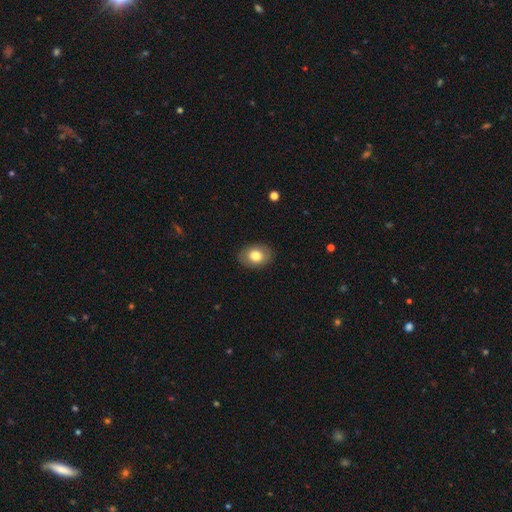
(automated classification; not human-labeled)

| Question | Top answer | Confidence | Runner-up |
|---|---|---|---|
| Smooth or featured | smooth | 78% | featured or disk (15%) |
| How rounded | in between | 73% | round (26%) |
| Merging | none | 88% | minor disturbance (9%) |